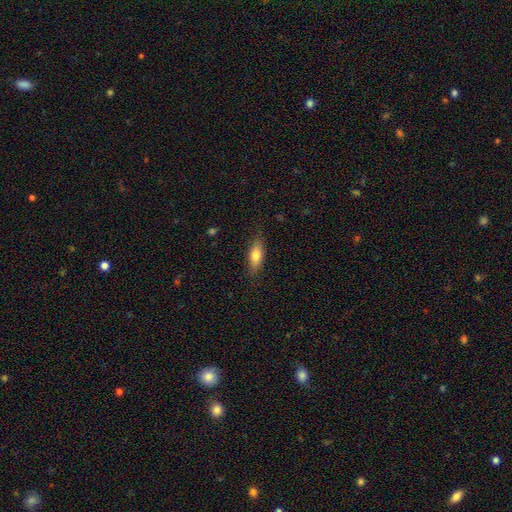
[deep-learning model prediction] This is likely a smooth galaxy (74%). How rounded: likely in between (69%). Merging: clearly none (81%).